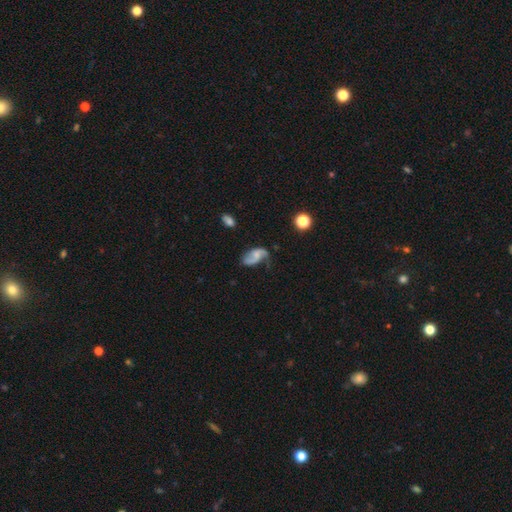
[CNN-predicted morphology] featured or disk 67%, smooth 25%, star or artifact 8%. Down the decision tree: edge-on disk — no (97%); bar — no (58%); spiral arms — yes (91%); spiral arm count — 2 (81%); spiral winding — loose (64%); bulge size — small (38%); merging — none (49%).